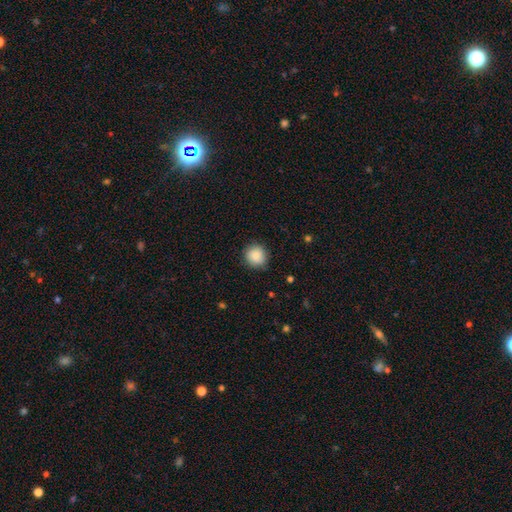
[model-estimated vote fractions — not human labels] A smooth galaxy with no disk features (89%) that is round (92%). Merging: none (89%).